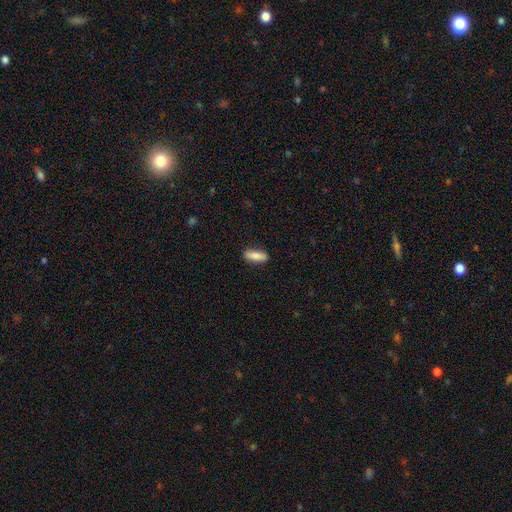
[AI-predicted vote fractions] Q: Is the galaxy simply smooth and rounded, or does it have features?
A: smooth — 85%.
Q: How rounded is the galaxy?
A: in between — 67%.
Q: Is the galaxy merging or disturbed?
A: none — 88%.